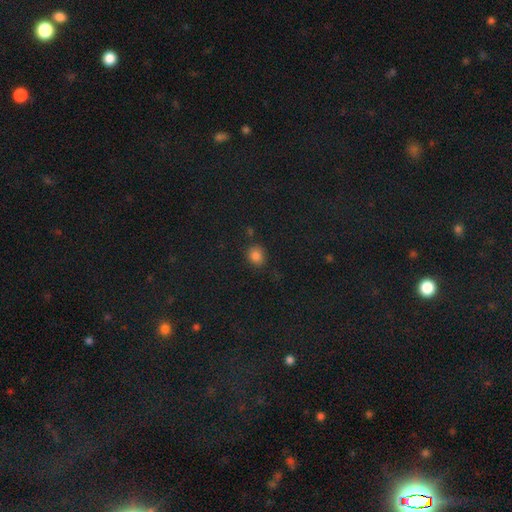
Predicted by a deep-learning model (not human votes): Morphology: type=smooth (81%); roundness=round (71%); merging=none (77%).